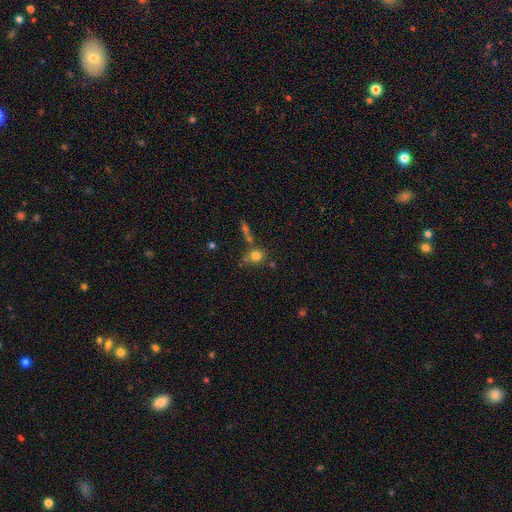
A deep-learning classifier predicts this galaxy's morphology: A smooth galaxy with no disk features (76%) that is round (79%).

Vote fractions:
- Smooth or featured? smooth: 76% / star or artifact: 14% / featured or disk: 11%
- How rounded? round: 79% / in between: 19% / cigar-shaped: 2%
- Merging? none: 59% / merger: 21% / minor disturbance: 13% / major disturbance: 6%